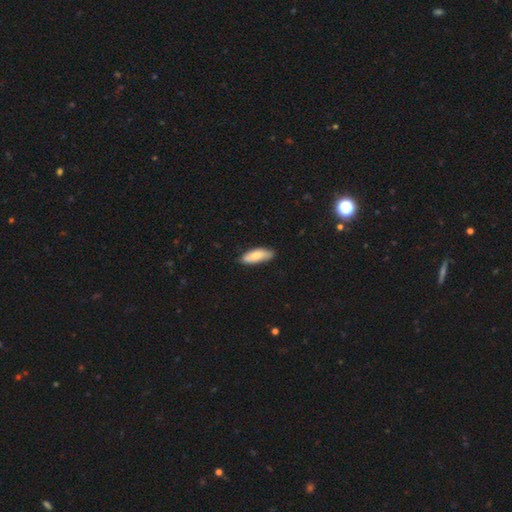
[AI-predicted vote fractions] A smooth galaxy with no disk features (77%) that is in between round and cigar-shaped (69%). Merging: none (80%).